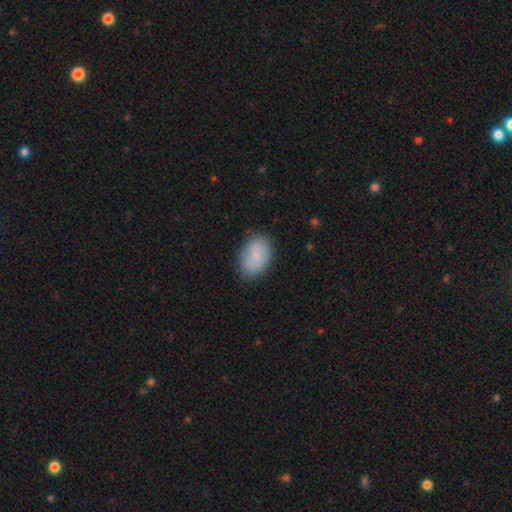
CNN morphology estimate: Smooth or featured? Predicted: smooth (p=0.81). How rounded? Predicted: in between (p=0.88). Merging? Predicted: none (p=0.77).